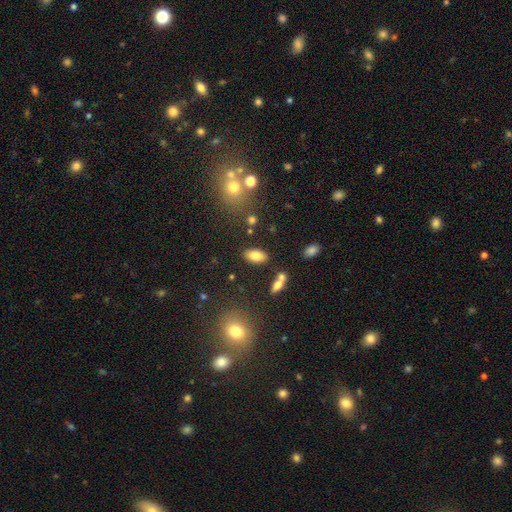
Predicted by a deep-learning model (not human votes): smooth_or_featured: smooth (p=0.80) [alt: featured or disk p=0.10]
how_rounded: in between (p=0.92) [alt: round p=0.04]
merging: none (p=0.81) [alt: minor disturbance p=0.10]